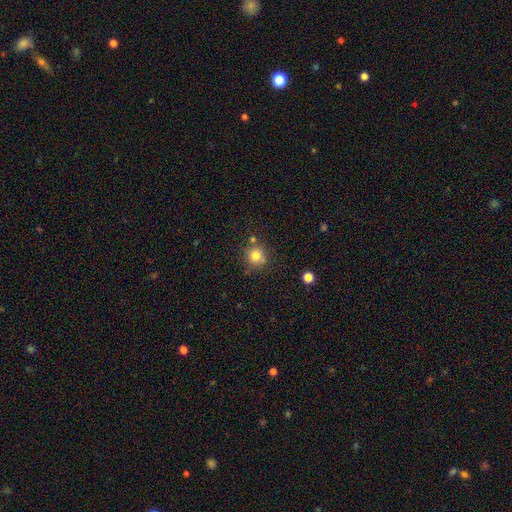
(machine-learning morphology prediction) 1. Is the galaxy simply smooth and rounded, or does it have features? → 79% smooth, 13% star or artifact, 8% featured or disk.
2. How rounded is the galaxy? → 91% round, 8% in between, 1% cigar-shaped.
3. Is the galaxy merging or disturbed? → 76% none, 11% minor disturbance, 11% merger, 3% major disturbance.